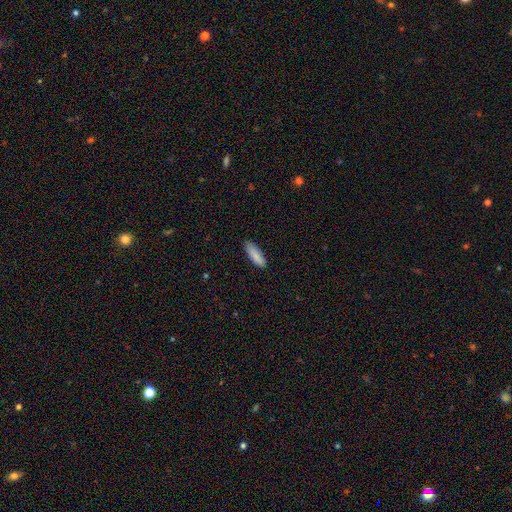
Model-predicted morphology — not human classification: smooth 87%, featured or disk 7%, star or artifact 6%. Down the decision tree: how rounded — in between (60%); merging — none (86%).